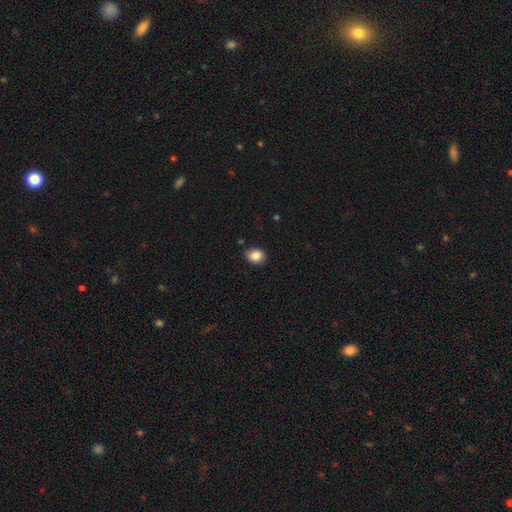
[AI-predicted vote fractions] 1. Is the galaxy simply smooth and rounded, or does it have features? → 86% smooth, 9% star or artifact, 5% featured or disk.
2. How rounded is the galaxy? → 53% round, 46% in between, 1% cigar-shaped.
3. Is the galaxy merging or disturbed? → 87% none, 10% minor disturbance, 2% major disturbance, 2% merger.